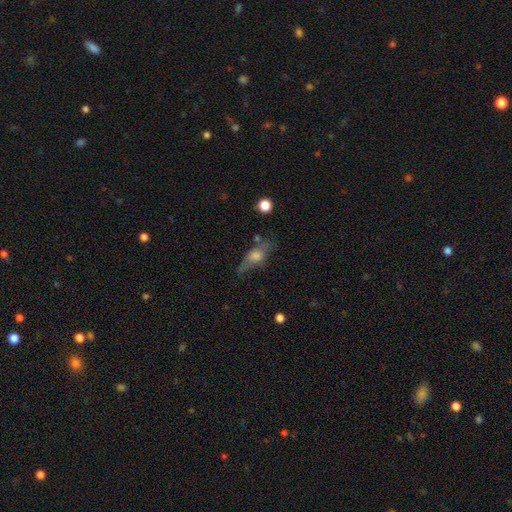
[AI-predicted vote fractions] smooth 48%, featured or disk 40%, star or artifact 11%. Down the decision tree: merging — none (54%).